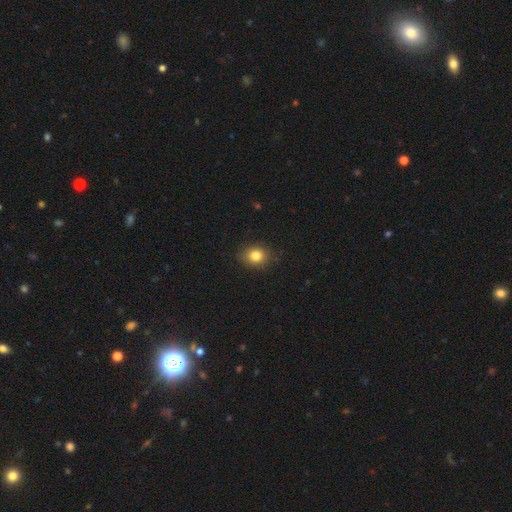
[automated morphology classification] This appears to be a smooth galaxy with no disk features (82%) that is round (59%). Merging: none (85%).